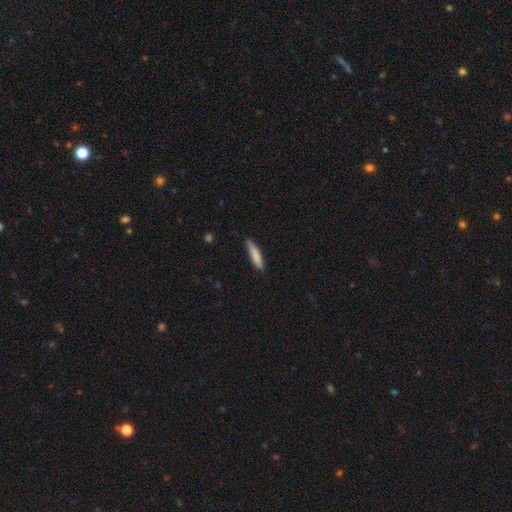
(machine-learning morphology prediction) smooth-or-featured: smooth: 82% | featured or disk: 12% | star or artifact: 6%
  how-rounded: cigar-shaped: 85% | in between: 14% | round: 1%
  merging: none: 77% | minor disturbance: 19% | major disturbance: 3% | merger: 1%